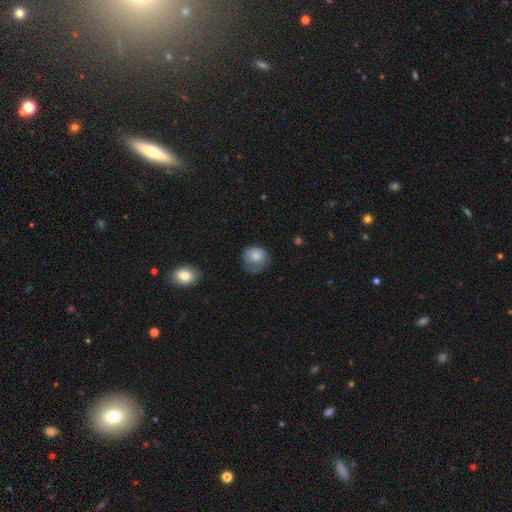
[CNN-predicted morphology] The model was most divided on "merging": none: 49%, minor disturbance: 32%, major disturbance: 17%, merger: 2%. More confident: how rounded — round (80%); smooth or featured — smooth (77%).